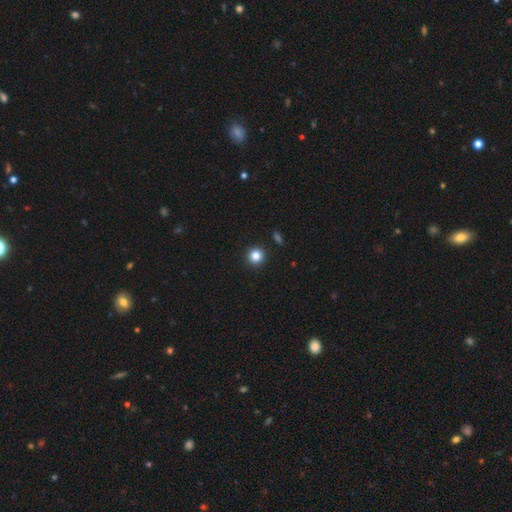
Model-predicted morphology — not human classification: smooth_or_featured: smooth (p=0.84) [alt: star or artifact p=0.11]
how_rounded: round (p=0.94) [alt: in between p=0.05]
merging: none (p=0.93) [alt: minor disturbance p=0.04]